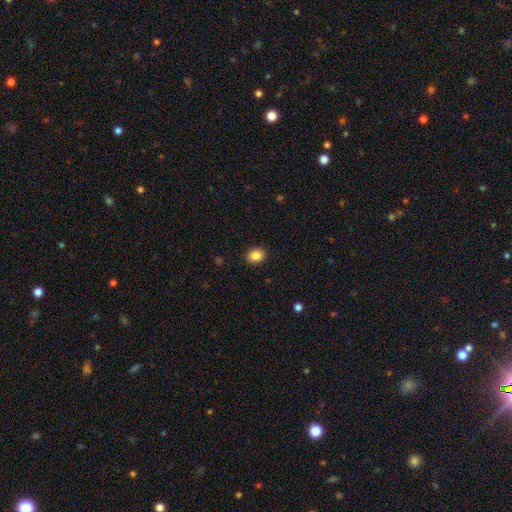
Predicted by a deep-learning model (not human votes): A smooth galaxy with no disk features (86%) that is in between round and cigar-shaped (58%). Merging: none (90%).